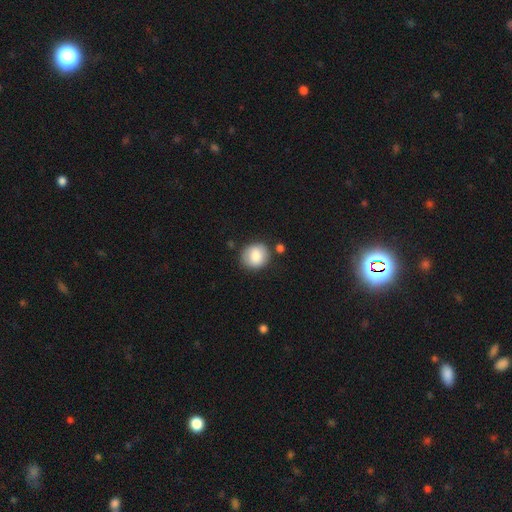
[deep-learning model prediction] Smooth or featured? Predicted: smooth (p=0.82). How rounded? Predicted: round (p=0.81). Merging? Predicted: none (p=0.78).